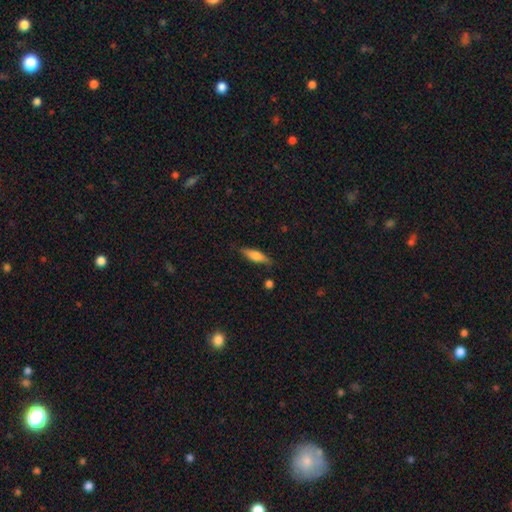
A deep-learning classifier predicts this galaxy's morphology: Q: Smooth or featured?
A: smooth (62%); runner-up: featured or disk (31%)
Q: How rounded?
A: cigar-shaped (59%); runner-up: in between (38%)
Q: Merging?
A: none (80%); runner-up: minor disturbance (14%)